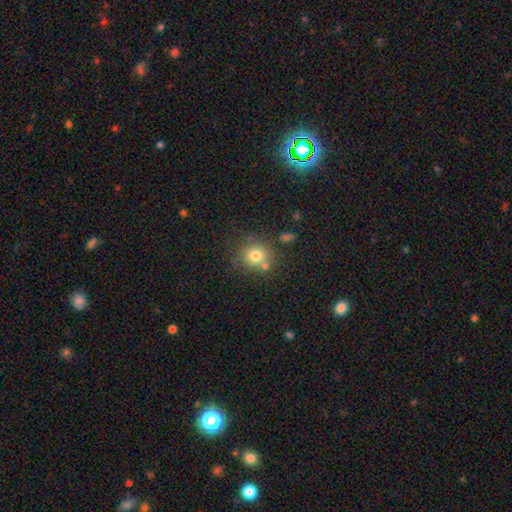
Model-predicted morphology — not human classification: This is likely a smooth galaxy (76%). How rounded: clearly round (86%). Merging: likely none (67%).